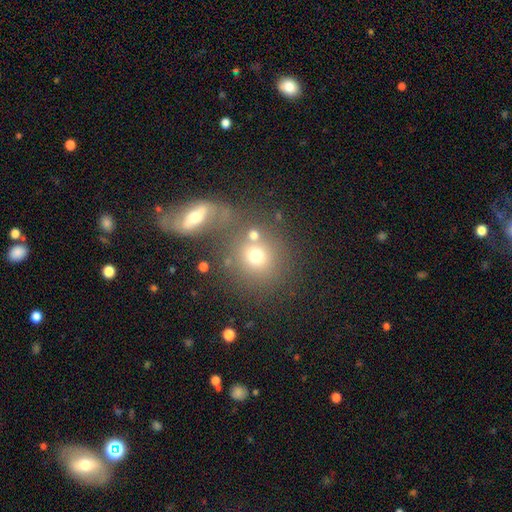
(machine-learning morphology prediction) Q: Smooth or featured?
A: smooth (69%); runner-up: star or artifact (16%)
Q: How rounded?
A: round (84%); runner-up: in between (14%)
Q: Merging?
A: none (56%); runner-up: merger (26%)